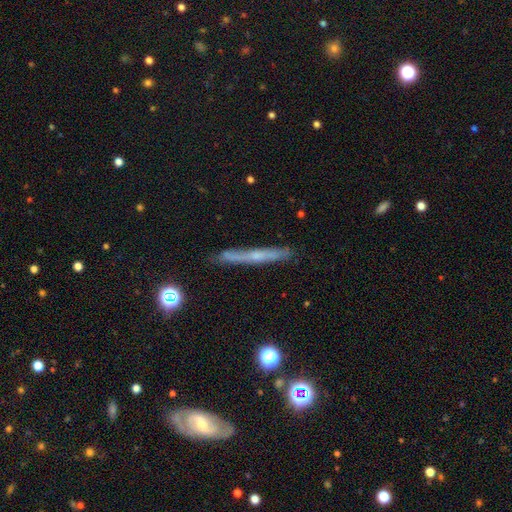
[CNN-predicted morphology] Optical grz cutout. It shows a featured or disk galaxy (56%) viewed edge-on (94%) with no central bulge (57%). Merging: none (84%).